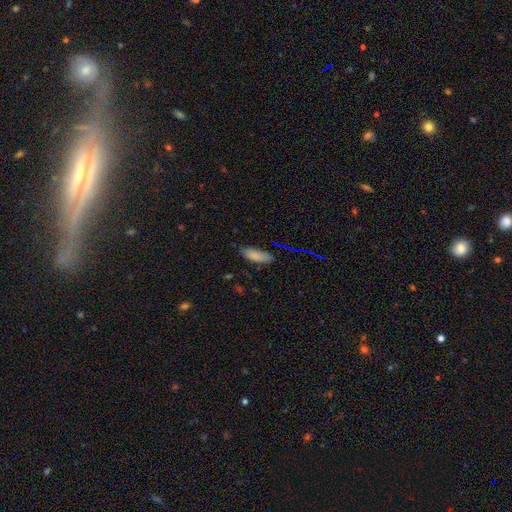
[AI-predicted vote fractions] smooth 82%, star or artifact 10%, featured or disk 8%. Down the decision tree: how rounded — in between (69%); merging — none (74%).